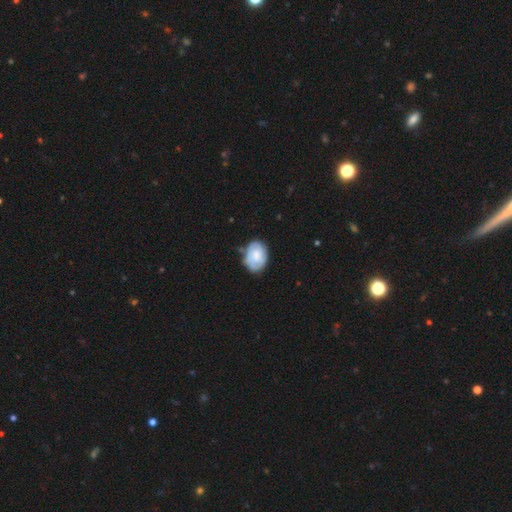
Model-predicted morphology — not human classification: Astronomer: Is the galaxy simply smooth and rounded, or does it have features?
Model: smooth — 50% (runner-up: featured or disk, 44%).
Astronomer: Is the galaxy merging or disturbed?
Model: none — 69%.